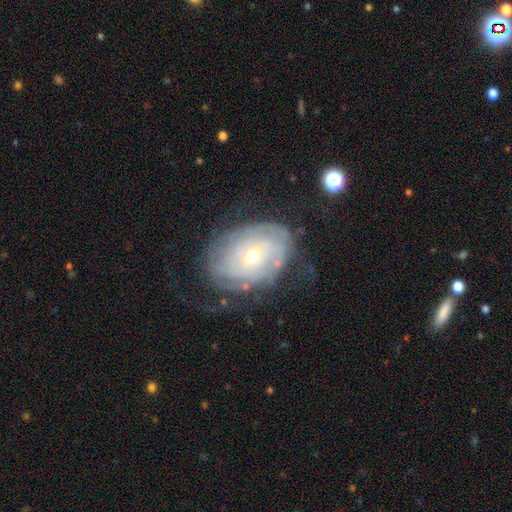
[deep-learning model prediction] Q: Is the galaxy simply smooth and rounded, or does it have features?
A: featured or disk — 80%.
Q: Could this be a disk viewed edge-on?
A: no — 96%.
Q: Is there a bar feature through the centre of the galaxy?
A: no — 61%.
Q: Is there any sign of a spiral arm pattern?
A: yes — 88%.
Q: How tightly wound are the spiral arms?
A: tight — 74%.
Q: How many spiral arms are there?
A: can't tell — 56%.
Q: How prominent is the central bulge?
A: small — 50%.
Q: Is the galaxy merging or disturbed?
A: none — 67%.